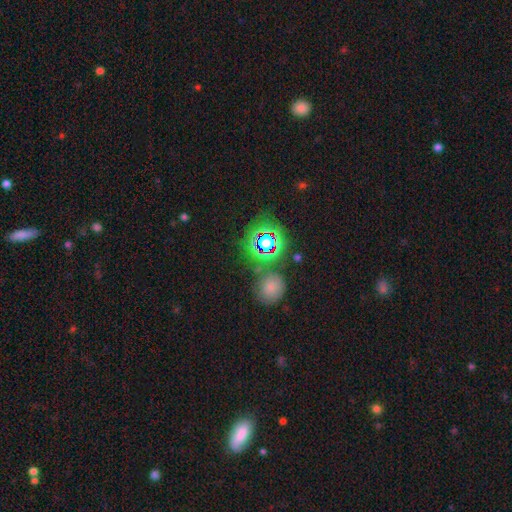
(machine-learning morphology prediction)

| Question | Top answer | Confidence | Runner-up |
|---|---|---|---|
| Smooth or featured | star or artifact | 64% | smooth (26%) |